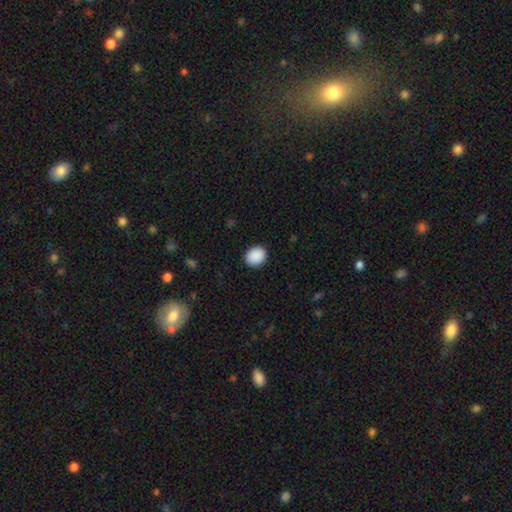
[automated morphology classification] Smooth or featured?
  - smooth: 90% *
  - star or artifact: 7%
  - featured or disk: 2%
How rounded?
  - round: 57% *
  - in between: 42%
  - cigar-shaped: 1%
Merging?
  - none: 90% *
  - minor disturbance: 7%
  - major disturbance: 2%
  - merger: 1%